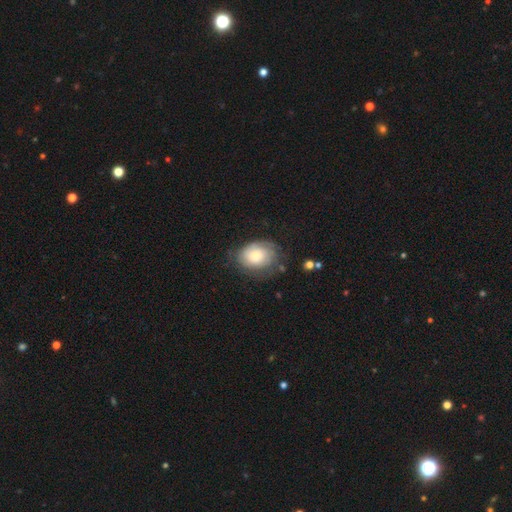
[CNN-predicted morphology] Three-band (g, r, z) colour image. It shows a smooth galaxy with no disk features (47%). Merging: none (62%).